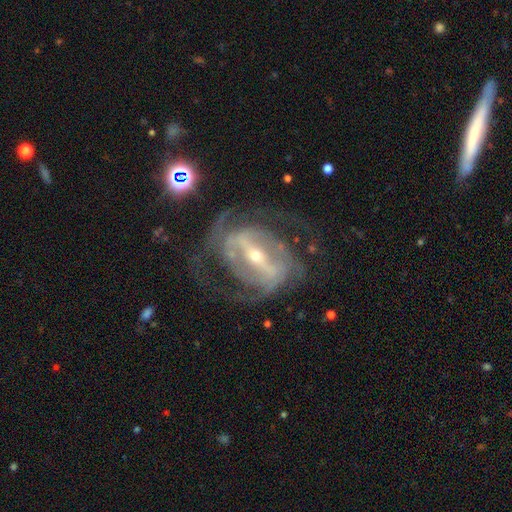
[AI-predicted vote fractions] Overall: featured or disk (89%). Edge-on disk: no (93%). Bar: strong (76%). Spiral arms: yes (88%). Spiral arm count: 2 (54%; can't tell 22%). Spiral winding: medium (45%; tight 36%). Bulge size: small (64%; moderate 32%). Merging: none (61%; major disturbance 21%).